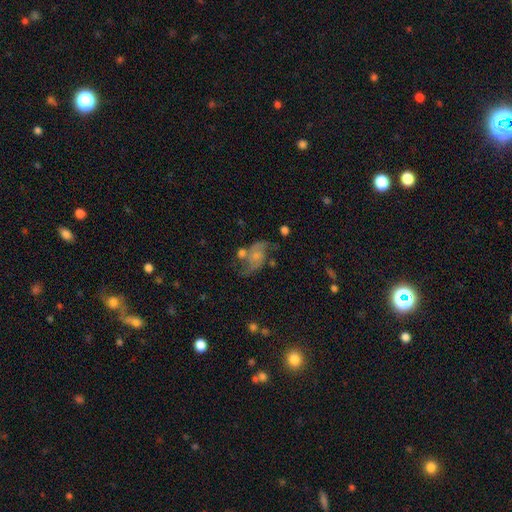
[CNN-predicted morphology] Smooth or featured: featured or disk — 77% (smooth — 14%)
Edge-on disk: no — 98% (yes — 2%)
Bar: no — 67% (weak — 28%)
Spiral arms: yes — 92% (no — 8%)
Spiral winding: loose — 63% (medium — 30%)
Spiral arm count: 2 — 90% (can't tell — 4%)
Bulge size: small — 49% (moderate — 26%)
Merging: none — 49% (minor disturbance — 20%)